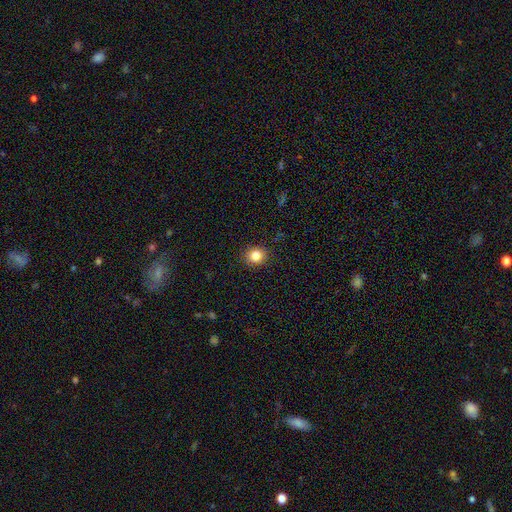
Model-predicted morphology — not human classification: The model was most divided on "how rounded": round: 81%, in between: 18%, cigar-shaped: 1%. More confident: merging — none (90%); smooth or featured — smooth (83%).